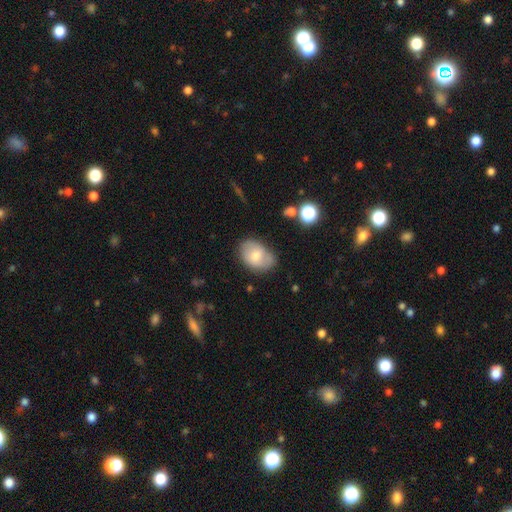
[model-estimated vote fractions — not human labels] A smooth galaxy with no disk features (64%) that is in between round and cigar-shaped (79%).

Vote fractions:
- Smooth or featured? smooth: 64% / featured or disk: 28% / star or artifact: 8%
- How rounded? in between: 79% / round: 20% / cigar-shaped: 1%
- Merging? none: 69% / minor disturbance: 23% / major disturbance: 5% / merger: 3%